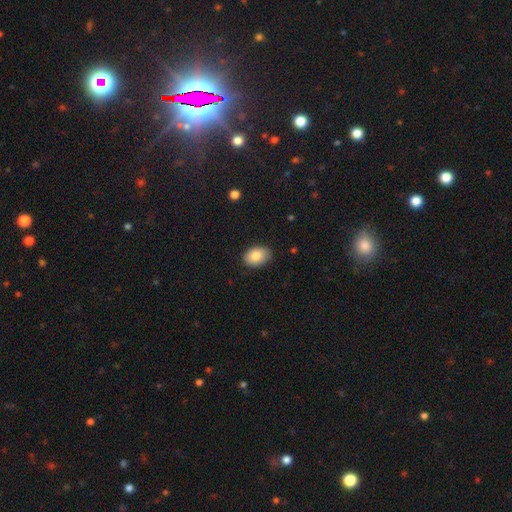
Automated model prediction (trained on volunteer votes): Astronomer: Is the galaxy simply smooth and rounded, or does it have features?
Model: smooth — 85%.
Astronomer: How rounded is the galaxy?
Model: in between — 80%.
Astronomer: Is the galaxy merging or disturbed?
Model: none — 86%.